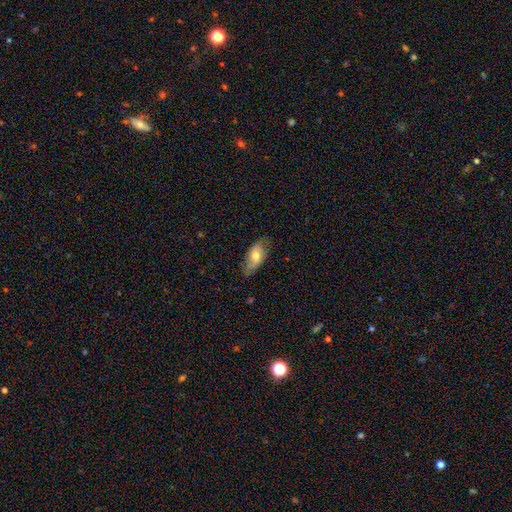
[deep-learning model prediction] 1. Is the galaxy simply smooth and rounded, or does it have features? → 55% smooth, 38% featured or disk, 7% star or artifact.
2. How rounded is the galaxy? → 88% in between, 7% cigar-shaped, 4% round.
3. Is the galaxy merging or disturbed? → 71% none, 22% minor disturbance, 6% major disturbance, 1% merger.